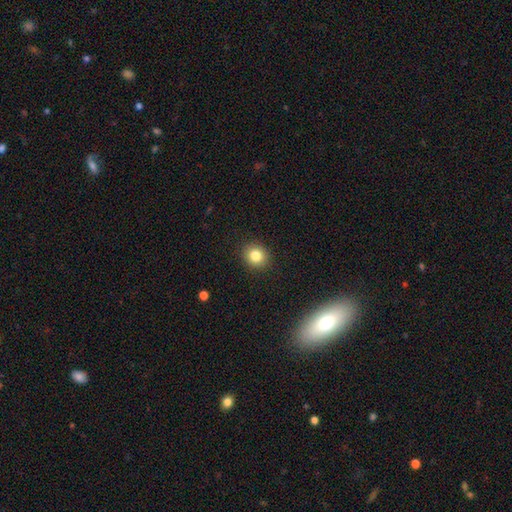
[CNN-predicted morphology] smooth-or-featured: smooth: 82% | star or artifact: 11% | featured or disk: 7%
  how-rounded: round: 82% | in between: 17% | cigar-shaped: 1%
  merging: none: 91% | minor disturbance: 6% | major disturbance: 2% | merger: 1%